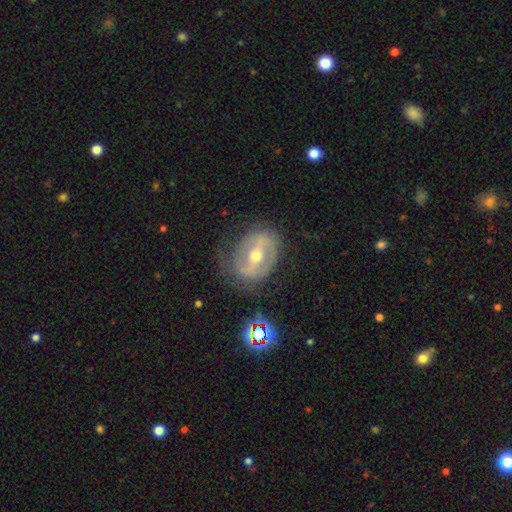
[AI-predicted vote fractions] smooth_or_featured: featured or disk (p=0.76) [alt: smooth p=0.16]
disk_edge_on: no (p=0.94) [alt: yes p=0.06]
bar: strong (p=0.58) [alt: weak p=0.30]
has_spiral_arms: yes (p=0.58) [alt: no p=0.42]
bulge_size: moderate (p=0.62) [alt: small p=0.34]
merging: none (p=0.67) [alt: minor disturbance p=0.21]